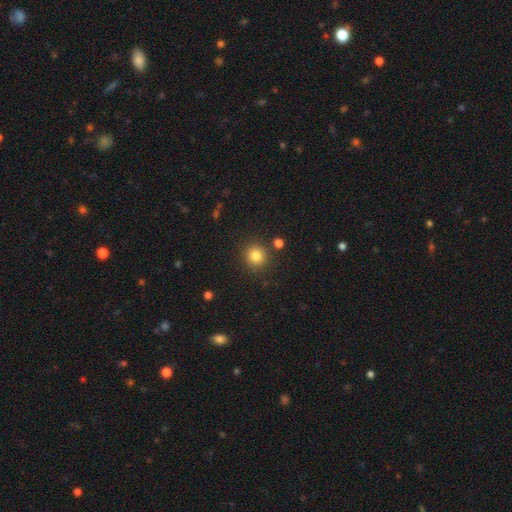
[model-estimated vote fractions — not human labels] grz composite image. It shows a smooth galaxy with no disk features (82%) that is round (89%). Merging: none (87%).